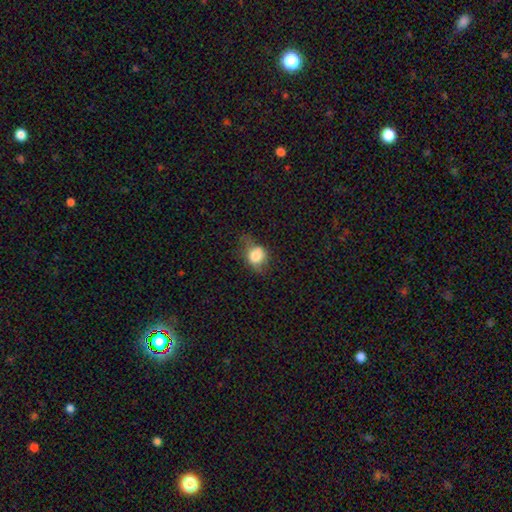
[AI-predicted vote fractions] Smooth or featured: smooth — 75% (featured or disk — 16%)
How rounded: round — 60% (in between — 39%)
Merging: none — 43% (minor disturbance — 34%)